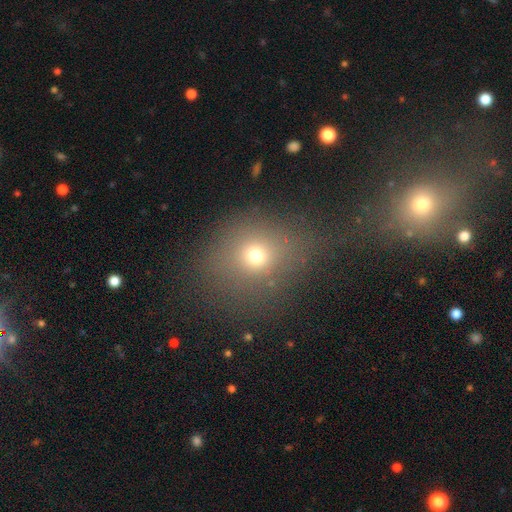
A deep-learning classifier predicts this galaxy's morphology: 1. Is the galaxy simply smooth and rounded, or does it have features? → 69% smooth, 19% star or artifact, 12% featured or disk.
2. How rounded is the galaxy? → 64% round, 34% in between, 2% cigar-shaped.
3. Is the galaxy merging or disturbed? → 73% none, 14% minor disturbance, 10% major disturbance, 4% merger.